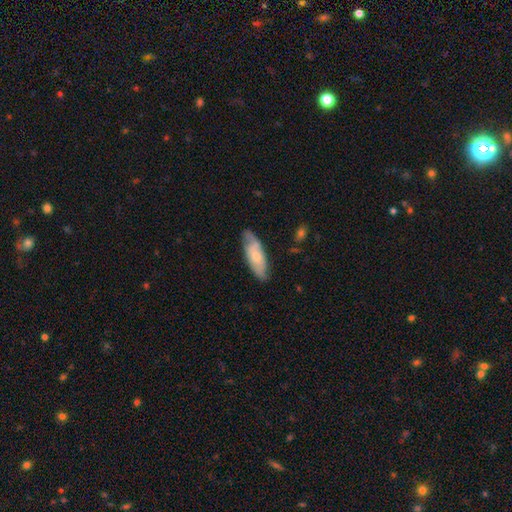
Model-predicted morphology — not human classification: Smooth or featured: smooth — 55% (featured or disk — 39%)
How rounded: in between — 68% (cigar-shaped — 30%)
Merging: none — 67% (minor disturbance — 26%)